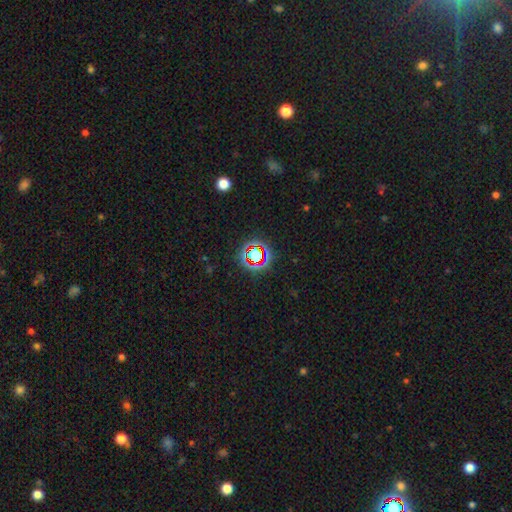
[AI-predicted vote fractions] smooth-or-featured: star or artifact: 68% | smooth: 20% | featured or disk: 11%